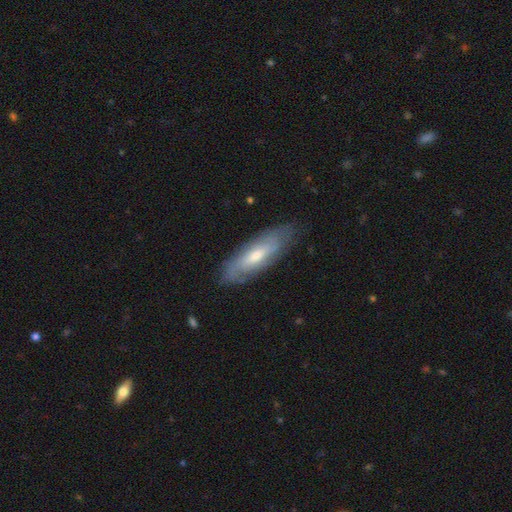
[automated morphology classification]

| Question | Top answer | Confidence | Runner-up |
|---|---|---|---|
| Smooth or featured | featured or disk | 50% | smooth (44%) |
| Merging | none | 78% | minor disturbance (17%) |